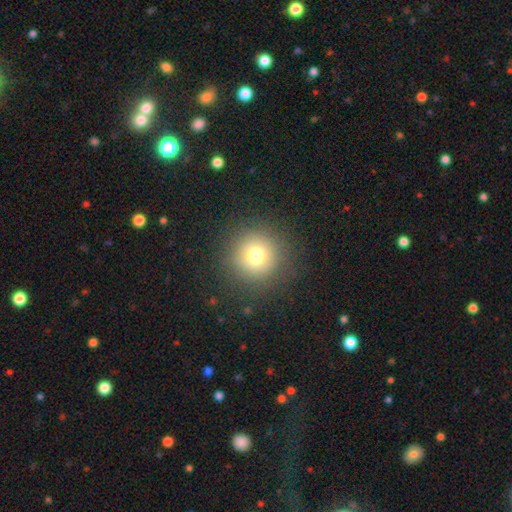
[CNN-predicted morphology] Smooth or featured: smooth — 72% (star or artifact — 16%)
How rounded: round — 95% (in between — 4%)
Merging: none — 88% (minor disturbance — 7%)